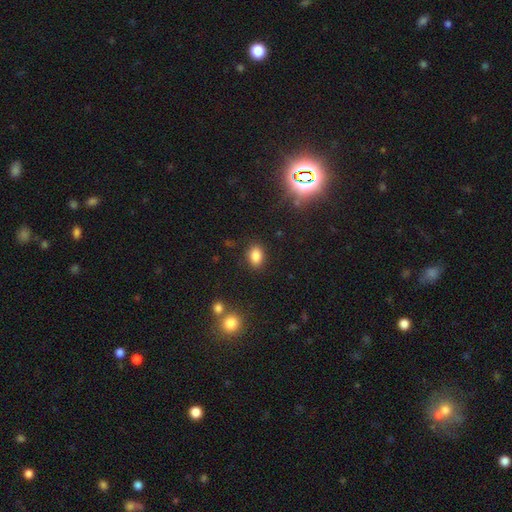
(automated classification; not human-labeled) Smooth or featured: smooth — 84% (star or artifact — 11%)
How rounded: in between — 76% (round — 22%)
Merging: none — 85% (minor disturbance — 10%)